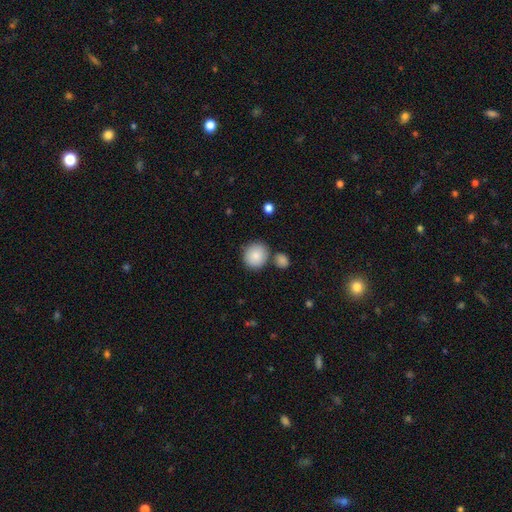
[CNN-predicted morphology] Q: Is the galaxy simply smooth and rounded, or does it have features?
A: smooth — 86%.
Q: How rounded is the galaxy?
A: round — 81%.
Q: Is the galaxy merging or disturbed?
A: none — 72%.